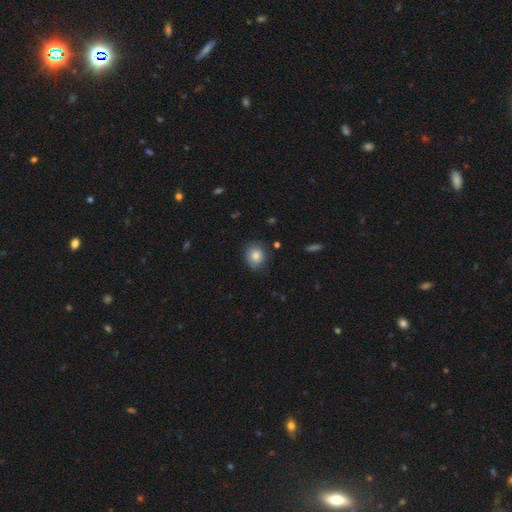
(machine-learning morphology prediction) The model was most divided on "how rounded": round: 73%, in between: 26%, cigar-shaped: 1%. More confident: smooth or featured — smooth (81%); merging — none (77%).